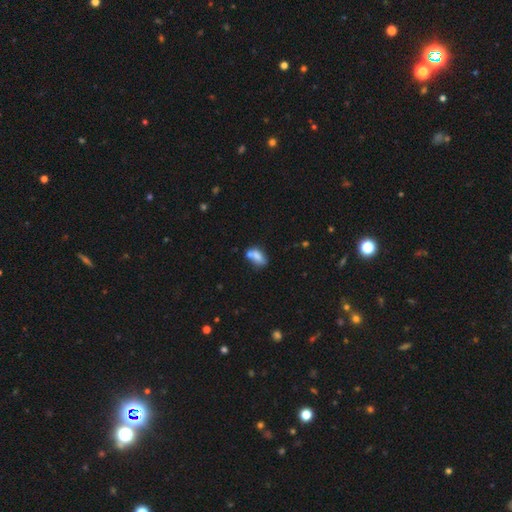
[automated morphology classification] type=smooth (72%); roundness=in between (84%); merging=merger (38%).